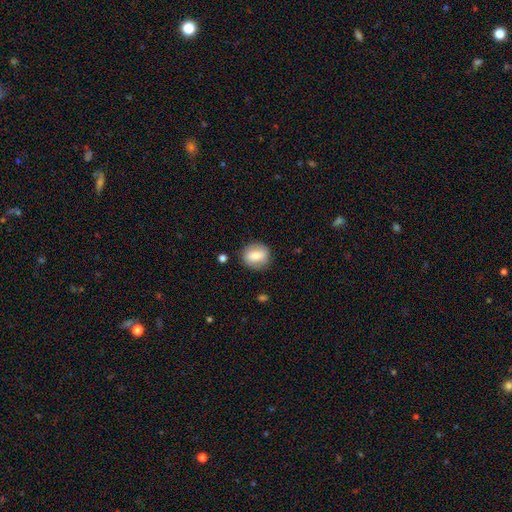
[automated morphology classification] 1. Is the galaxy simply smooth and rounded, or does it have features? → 76% smooth, 16% featured or disk, 8% star or artifact.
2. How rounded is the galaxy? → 61% round, 37% in between, 2% cigar-shaped.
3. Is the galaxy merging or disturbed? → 83% none, 12% minor disturbance, 3% major disturbance, 2% merger.